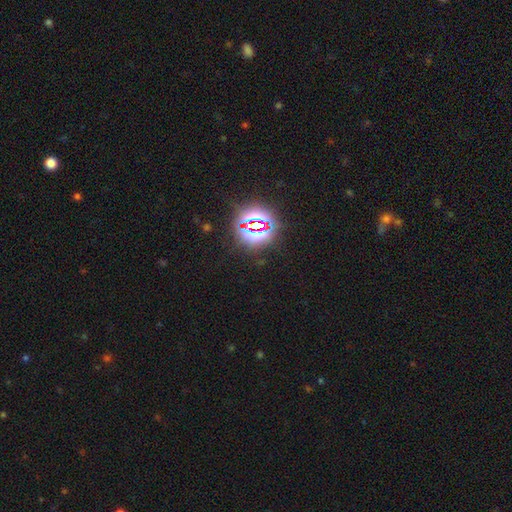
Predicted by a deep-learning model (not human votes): Smooth or featured? star or artifact (83%)